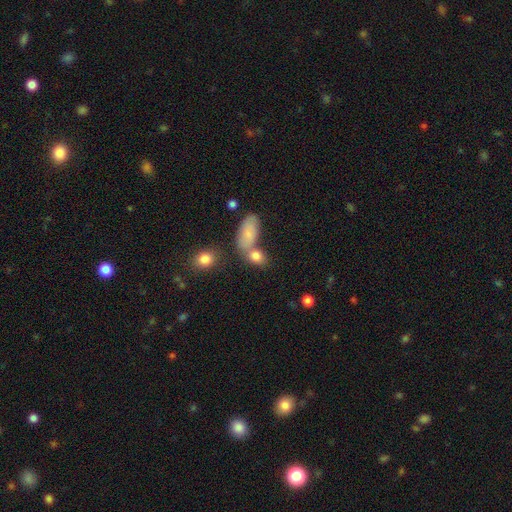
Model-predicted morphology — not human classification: Smooth or featured? smooth (81%)
How rounded? in between (72%)
Merging? none (49%)